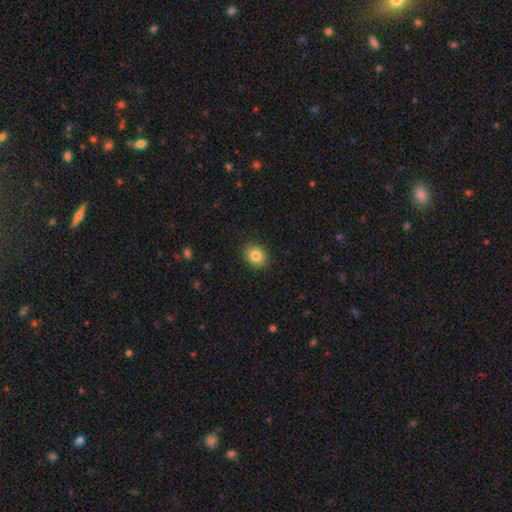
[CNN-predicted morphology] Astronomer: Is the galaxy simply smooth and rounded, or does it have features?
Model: smooth — 85%.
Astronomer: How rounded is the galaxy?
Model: round — 53% (runner-up: in between, 46%).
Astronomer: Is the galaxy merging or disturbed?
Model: none — 89%.